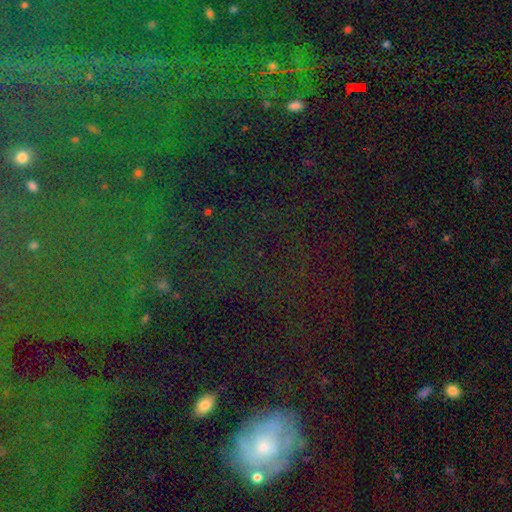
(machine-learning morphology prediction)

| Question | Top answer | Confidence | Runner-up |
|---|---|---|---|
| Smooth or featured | star or artifact | 69% | smooth (16%) |